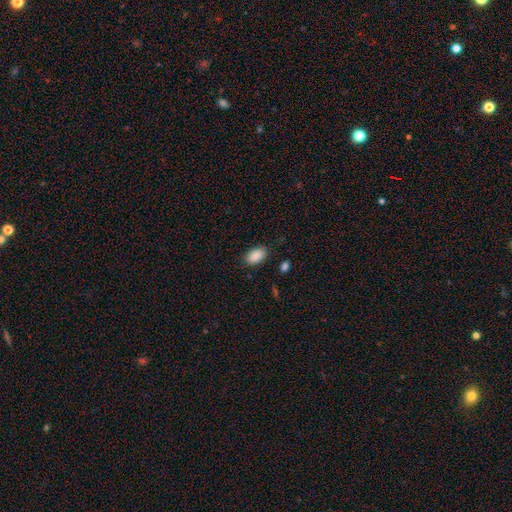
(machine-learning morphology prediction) smooth_or_featured: smooth (p=0.90) [alt: star or artifact p=0.07]
how_rounded: in between (p=0.93) [alt: round p=0.05]
merging: none (p=0.86) [alt: minor disturbance p=0.10]